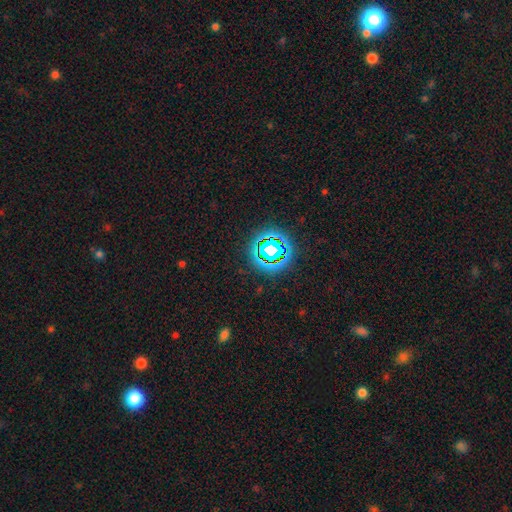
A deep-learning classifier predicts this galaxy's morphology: smooth_or_featured: star or artifact (p=0.79) [alt: smooth p=0.14]